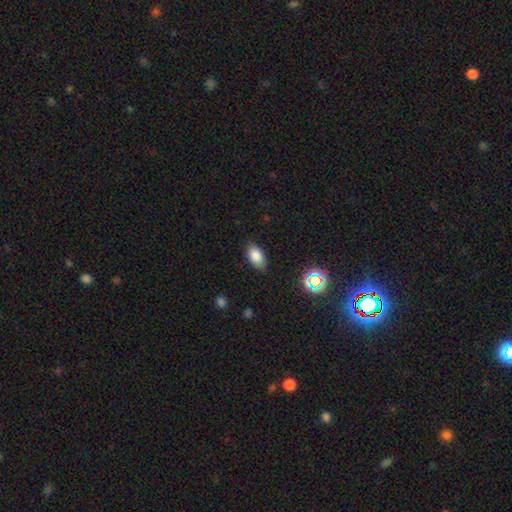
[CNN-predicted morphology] Overall: smooth (84%). How rounded: in between (90%). Merging: none (83%).